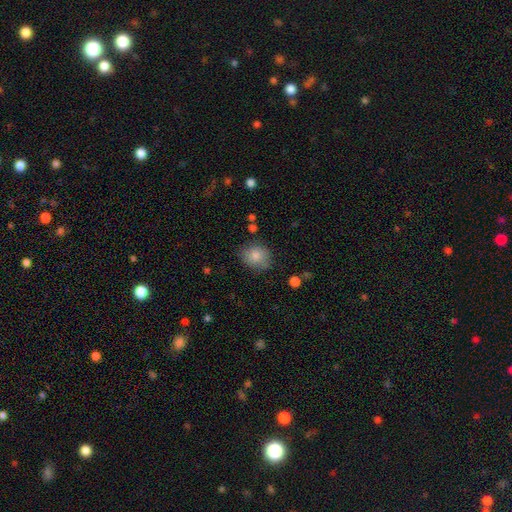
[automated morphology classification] Smooth or featured? Predicted: smooth (p=0.82). How rounded? Predicted: round (p=0.66). Merging? Predicted: none (p=0.76).